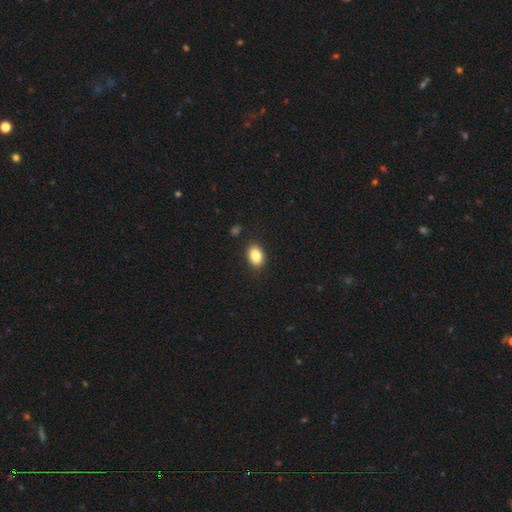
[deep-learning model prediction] smooth_or_featured: smooth (p=0.85) [alt: star or artifact p=0.08]
how_rounded: in between (p=0.79) [alt: round p=0.20]
merging: none (p=0.88) [alt: minor disturbance p=0.08]